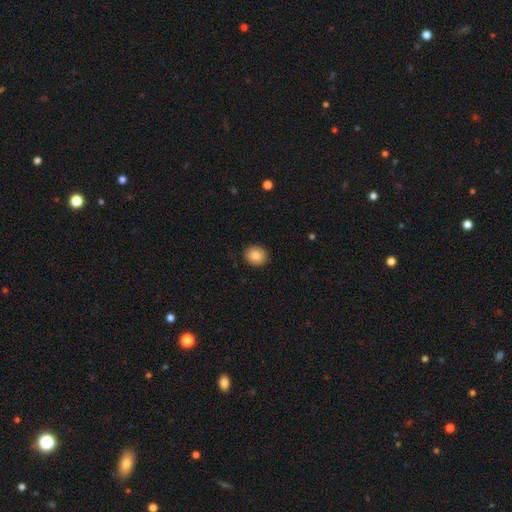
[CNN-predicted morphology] smooth 86%, star or artifact 9%, featured or disk 5%. Down the decision tree: how rounded — round (78%); merging — none (91%).